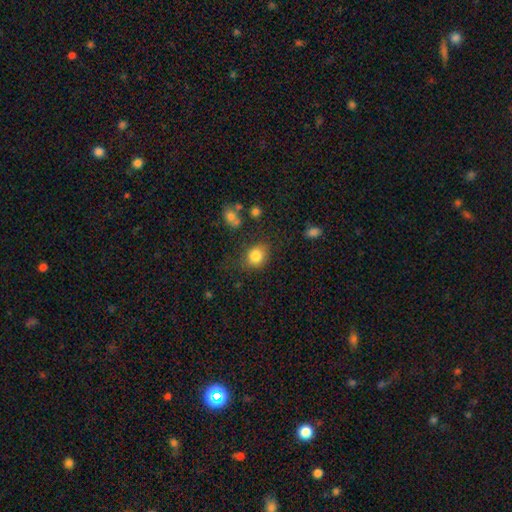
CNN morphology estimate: smooth-or-featured: smooth: 83% | star or artifact: 11% | featured or disk: 7%
  how-rounded: round: 55% | in between: 44% | cigar-shaped: 1%
  merging: none: 76% | minor disturbance: 16% | major disturbance: 5% | merger: 3%